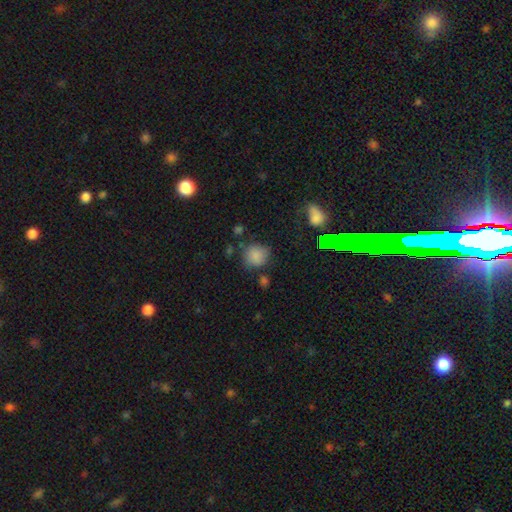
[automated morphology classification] Smooth or featured? Predicted: smooth (p=0.81). How rounded? Predicted: round (p=0.81). Merging? Predicted: none (p=0.70).